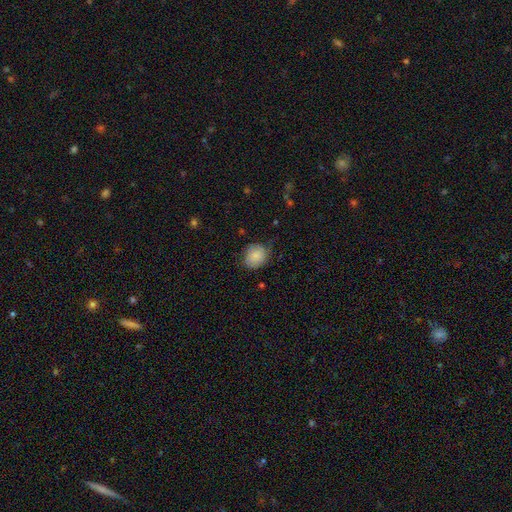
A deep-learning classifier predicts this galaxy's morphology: Smooth or featured?
  - smooth: 84% *
  - featured or disk: 9%
  - star or artifact: 8%
How rounded?
  - round: 61% *
  - in between: 38%
  - cigar-shaped: 1%
Merging?
  - none: 64% *
  - minor disturbance: 28%
  - major disturbance: 6%
  - merger: 1%